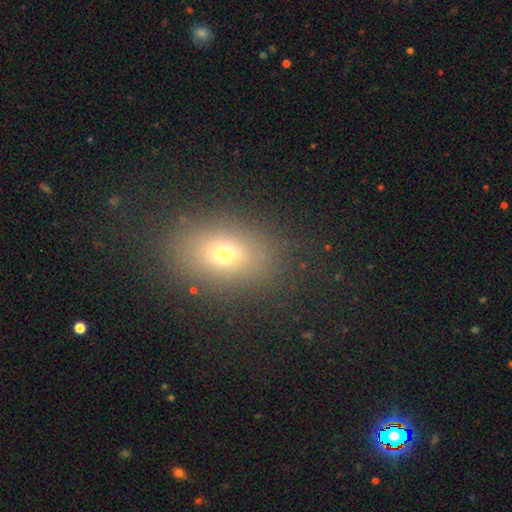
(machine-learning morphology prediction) Smooth or featured? Predicted: smooth (p=0.68). How rounded? Predicted: in between (p=0.75). Merging? Predicted: none (p=0.84).